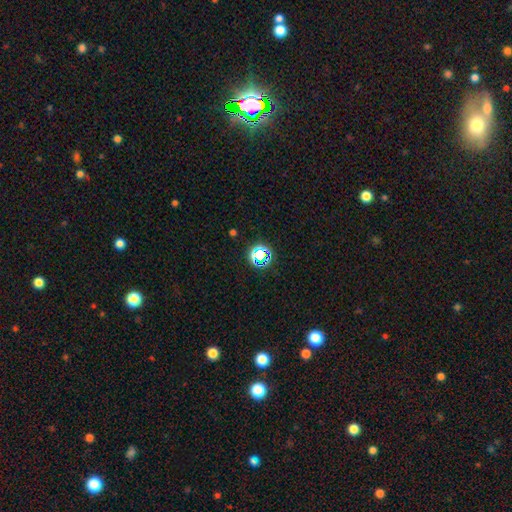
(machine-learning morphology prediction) Smooth or featured? star or artifact (64%)